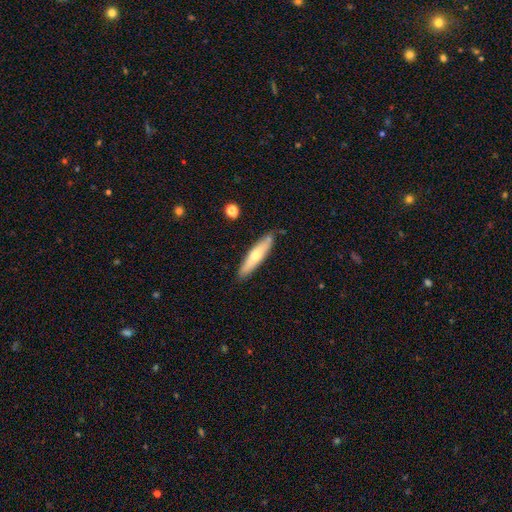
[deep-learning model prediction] smooth-or-featured: smooth: 54% | featured or disk: 40% | star or artifact: 6%
  how-rounded: cigar-shaped: 80% | in between: 19% | round: 1%
  merging: none: 82% | minor disturbance: 13% | merger: 3% | major disturbance: 2%